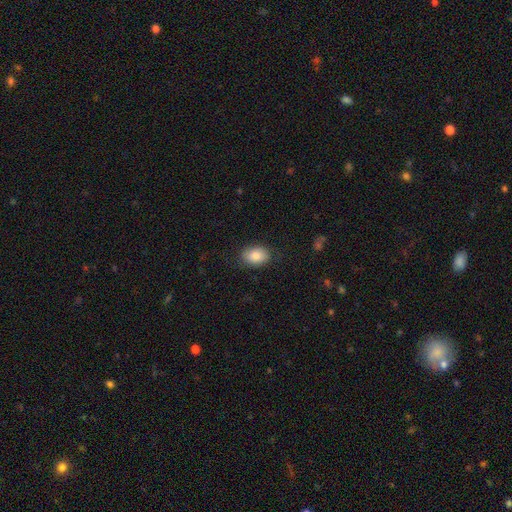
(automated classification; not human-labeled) This is clearly a smooth galaxy (85%). How rounded: clearly in between (81%). Merging: clearly none (82%).